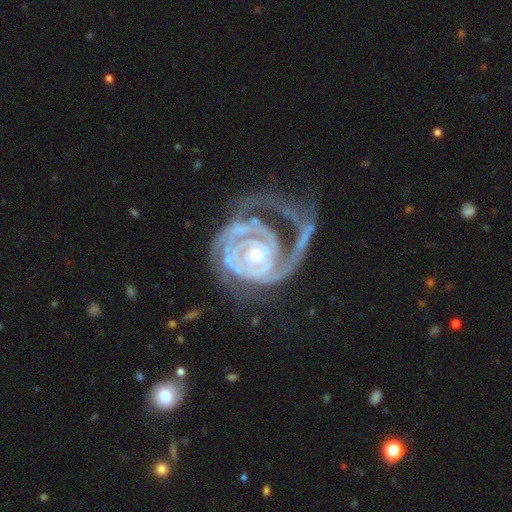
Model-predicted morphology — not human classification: featured or disk 91%, star or artifact 4%, smooth 4%. Down the decision tree: edge-on disk — no (98%); bar — no (70%); spiral arms — yes (96%); spiral arm count — 2 (34%); spiral winding — tight (74%); bulge size — small (56%); merging — major disturbance (46%).